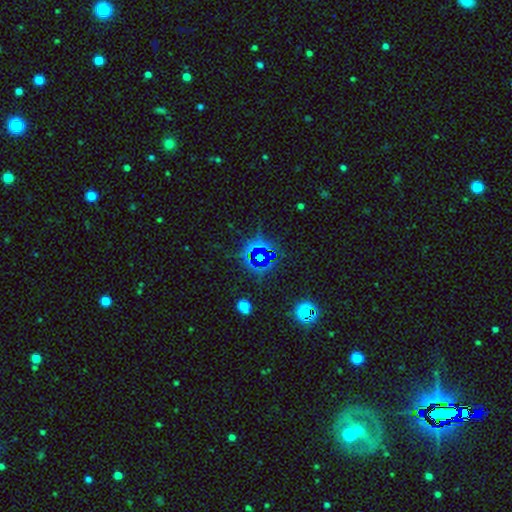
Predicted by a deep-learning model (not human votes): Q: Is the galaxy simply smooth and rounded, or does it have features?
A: star or artifact — 77%.